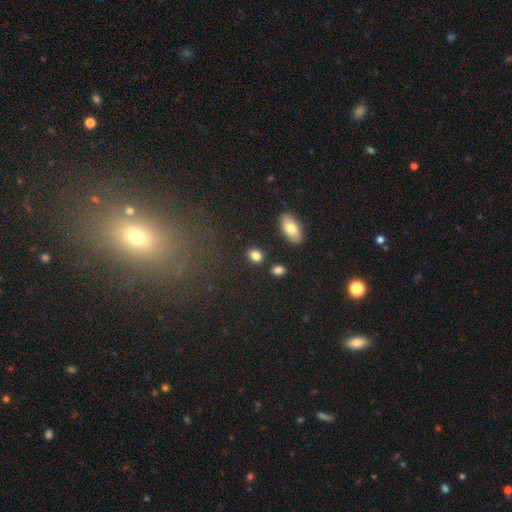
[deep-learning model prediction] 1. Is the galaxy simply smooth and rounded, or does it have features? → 83% smooth, 10% star or artifact, 7% featured or disk.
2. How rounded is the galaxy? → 54% in between, 44% round, 2% cigar-shaped.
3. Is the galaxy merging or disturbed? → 81% none, 9% minor disturbance, 7% merger, 3% major disturbance.